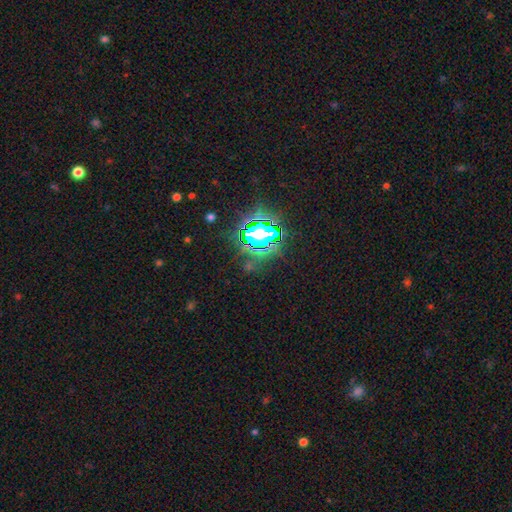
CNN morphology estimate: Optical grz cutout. It shows a star or artifact, not a galaxy (81%).